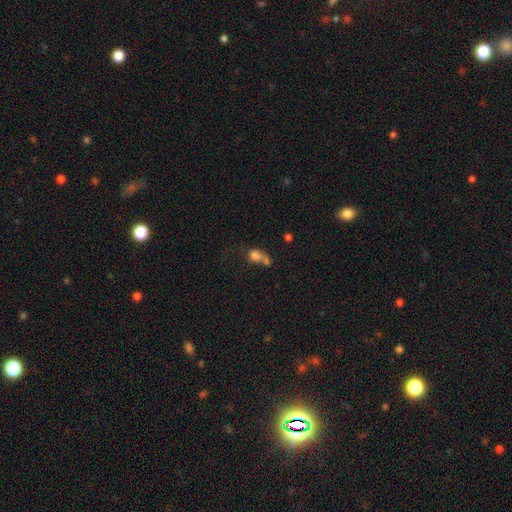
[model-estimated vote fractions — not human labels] smooth-or-featured: smooth: 75% | featured or disk: 13% | star or artifact: 12%
  how-rounded: round: 57% | in between: 41% | cigar-shaped: 2%
  merging: merger: 56% | none: 23% | major disturbance: 11% | minor disturbance: 10%